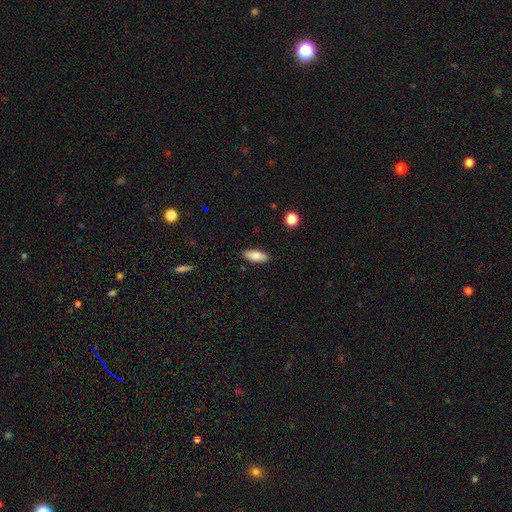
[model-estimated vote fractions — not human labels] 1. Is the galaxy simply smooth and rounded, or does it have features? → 81% smooth, 12% featured or disk, 7% star or artifact.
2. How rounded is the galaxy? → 79% in between, 19% cigar-shaped, 2% round.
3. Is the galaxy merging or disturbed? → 89% none, 8% minor disturbance, 2% major disturbance, 1% merger.